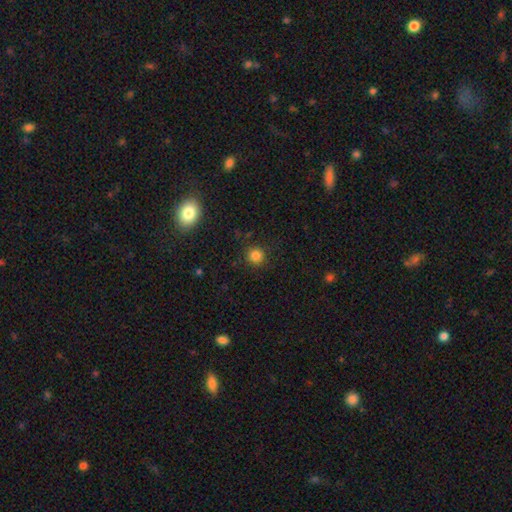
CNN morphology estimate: type=smooth (82%); roundness=round (93%); merging=none (89%).